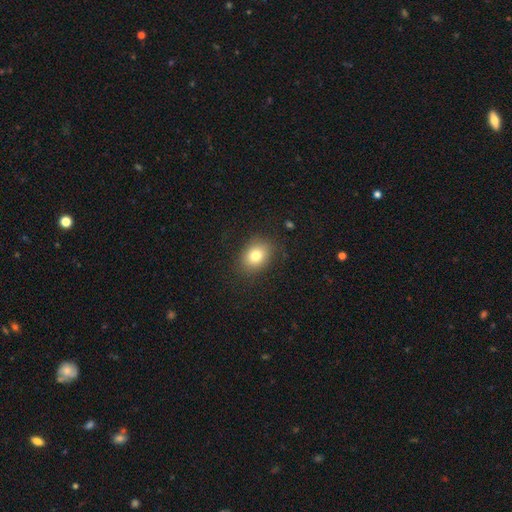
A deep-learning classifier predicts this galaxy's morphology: Q: Smooth or featured?
A: smooth (80%); runner-up: star or artifact (10%)
Q: How rounded?
A: in between (61%); runner-up: round (38%)
Q: Merging?
A: none (83%); runner-up: minor disturbance (11%)